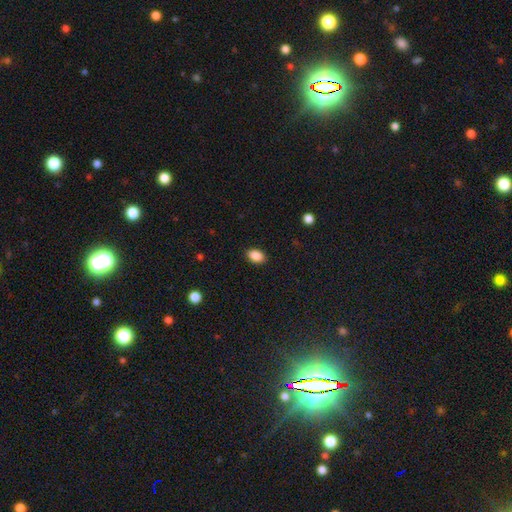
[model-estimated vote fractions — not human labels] smooth 88%, star or artifact 8%, featured or disk 3%. Down the decision tree: how rounded — in between (86%); merging — none (89%).